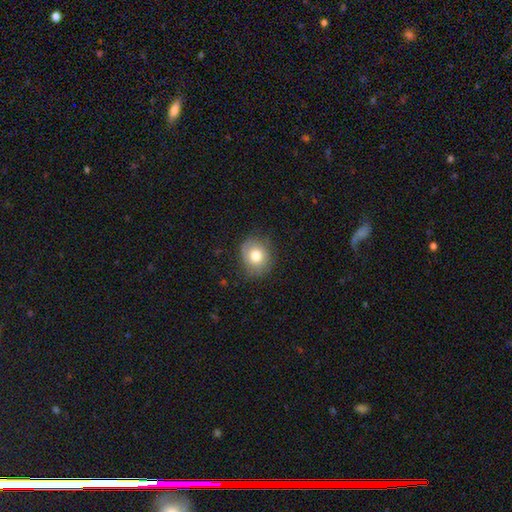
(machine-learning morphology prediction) Smooth or featured? smooth (71%)
How rounded? round (66%)
Merging? none (72%)